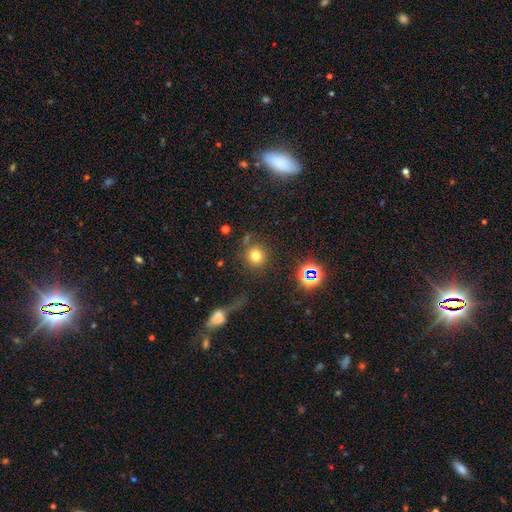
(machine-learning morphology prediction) smooth 73%, star or artifact 18%, featured or disk 9%. Down the decision tree: how rounded — round (91%); merging — none (78%).